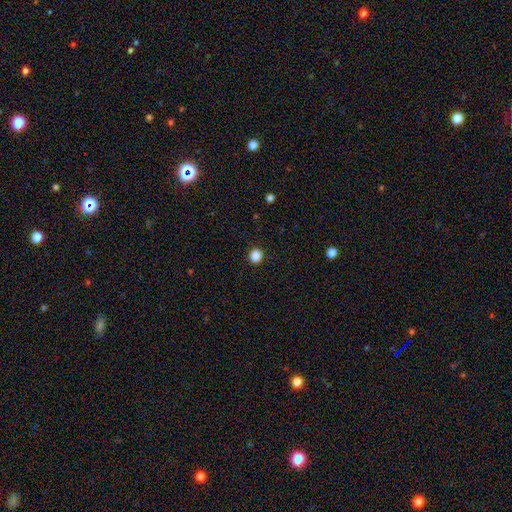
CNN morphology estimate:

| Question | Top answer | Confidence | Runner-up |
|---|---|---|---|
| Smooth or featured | smooth | 87% | star or artifact (11%) |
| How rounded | round | 82% | in between (17%) |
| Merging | none | 92% | minor disturbance (5%) |